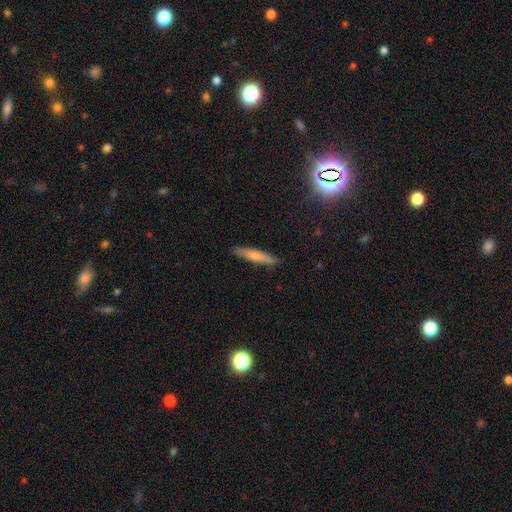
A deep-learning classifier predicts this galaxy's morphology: A smooth galaxy with no disk features (64%) that is cigar-shaped (91%).

Vote fractions:
- Smooth or featured? smooth: 64% / featured or disk: 29% / star or artifact: 6%
- How rounded? cigar-shaped: 91% / in between: 8% / round: 1%
- Merging? none: 87% / minor disturbance: 10% / major disturbance: 2% / merger: 1%